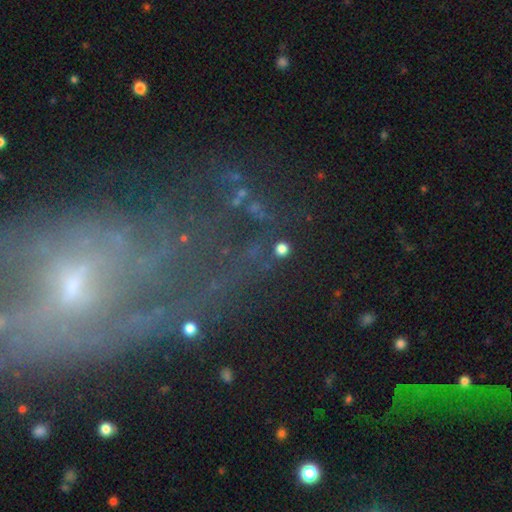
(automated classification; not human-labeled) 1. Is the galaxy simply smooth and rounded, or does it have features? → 59% featured or disk, 25% star or artifact, 16% smooth.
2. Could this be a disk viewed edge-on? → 93% no, 7% yes.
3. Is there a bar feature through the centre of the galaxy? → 58% no, 28% weak, 14% strong.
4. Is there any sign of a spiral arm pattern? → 63% yes, 37% no.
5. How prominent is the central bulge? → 51% small, 22% none, 21% moderate, 4% large, 3% dominant.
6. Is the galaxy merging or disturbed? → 51% none, 26% major disturbance, 16% minor disturbance, 7% merger.